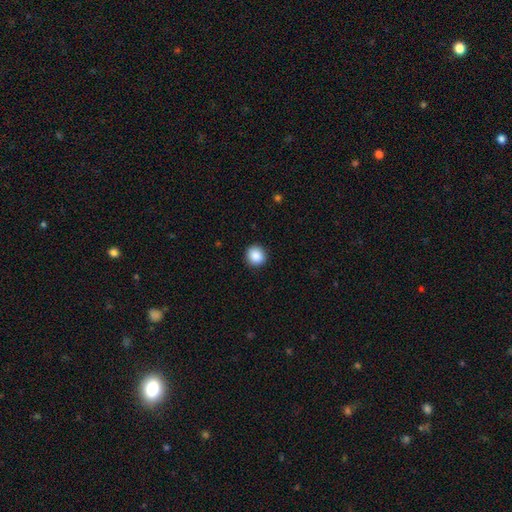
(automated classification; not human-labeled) smooth_or_featured: smooth (p=0.89) [alt: star or artifact p=0.08]
how_rounded: round (p=0.88) [alt: in between p=0.11]
merging: none (p=0.91) [alt: minor disturbance p=0.06]